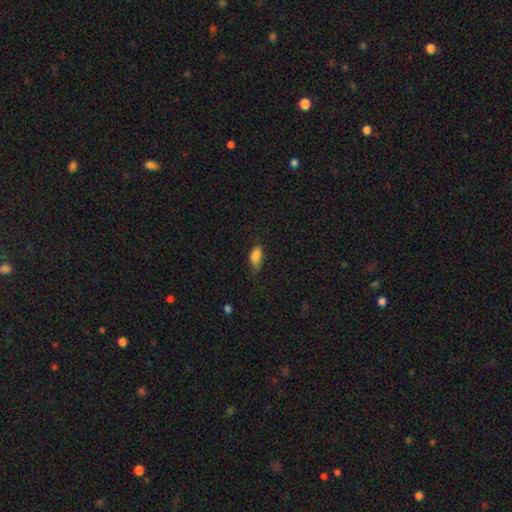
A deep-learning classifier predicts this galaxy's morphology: This appears to be a smooth galaxy with no disk features (84%) that is in between round and cigar-shaped (88%). Merging: none (54%).